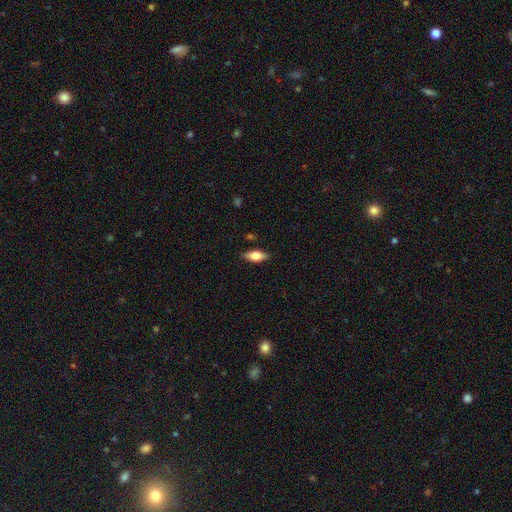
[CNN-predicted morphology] Smooth or featured? smooth (65%)
How rounded? in between (78%)
Merging? none (86%)